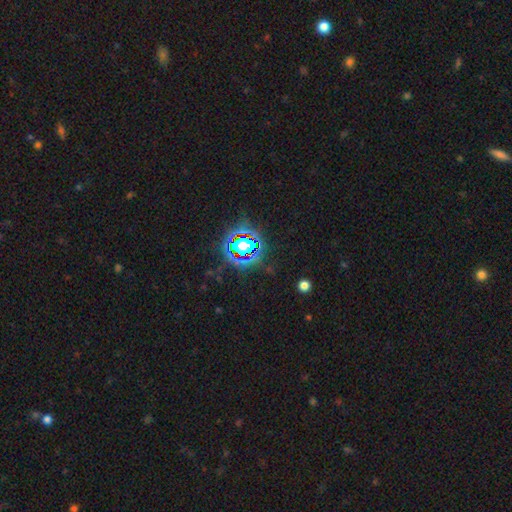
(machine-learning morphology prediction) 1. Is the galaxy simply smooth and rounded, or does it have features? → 79% star or artifact, 13% smooth, 8% featured or disk.